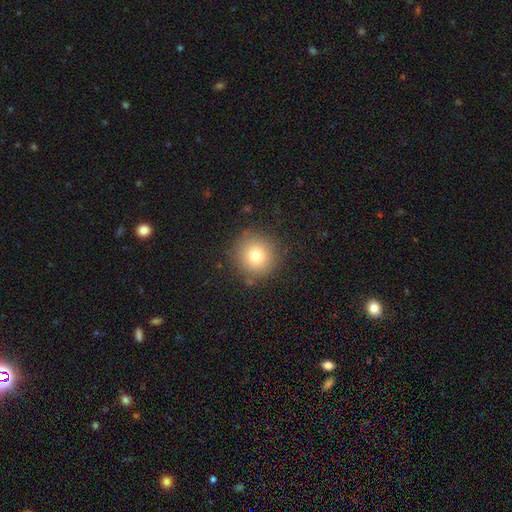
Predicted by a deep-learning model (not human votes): Q: Smooth or featured?
A: smooth (76%); runner-up: star or artifact (13%)
Q: How rounded?
A: round (93%); runner-up: in between (6%)
Q: Merging?
A: none (87%); runner-up: minor disturbance (9%)